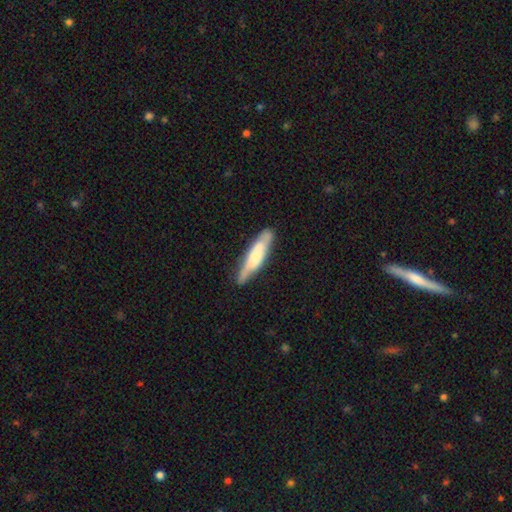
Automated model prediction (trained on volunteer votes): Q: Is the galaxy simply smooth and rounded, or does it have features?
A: smooth — 53%.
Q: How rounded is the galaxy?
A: cigar-shaped — 81%.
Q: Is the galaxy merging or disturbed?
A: none — 76%.